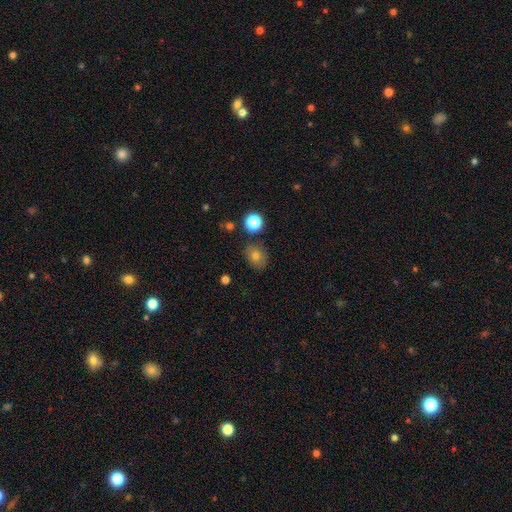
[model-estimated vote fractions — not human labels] smooth_or_featured: smooth (p=0.74) [alt: star or artifact p=0.14]
how_rounded: in between (p=0.50) [alt: round p=0.49]
merging: none (p=0.79) [alt: minor disturbance p=0.13]